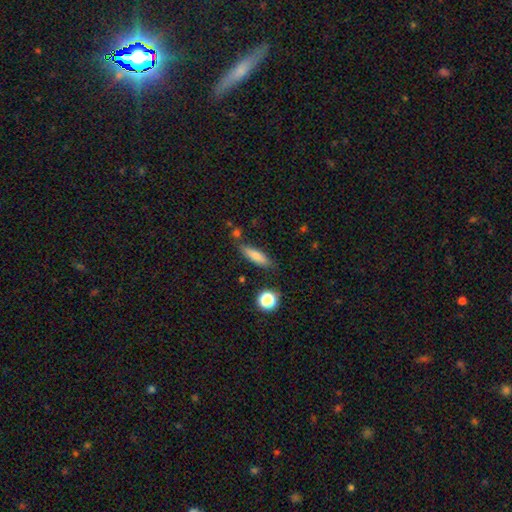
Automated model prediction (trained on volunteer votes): smooth-or-featured: smooth: 74% | featured or disk: 17% | star or artifact: 9%
  how-rounded: cigar-shaped: 62% | in between: 35% | round: 3%
  merging: none: 77% | minor disturbance: 14% | merger: 6% | major disturbance: 4%